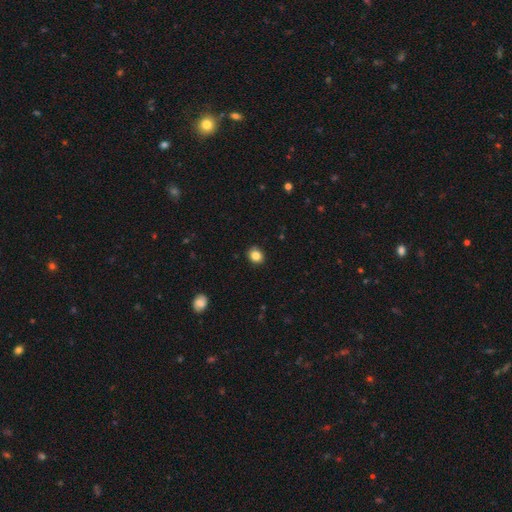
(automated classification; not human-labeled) The model was most divided on "how rounded": round: 66%, in between: 33%, cigar-shaped: 1%. More confident: merging — none (90%); smooth or featured — smooth (85%).